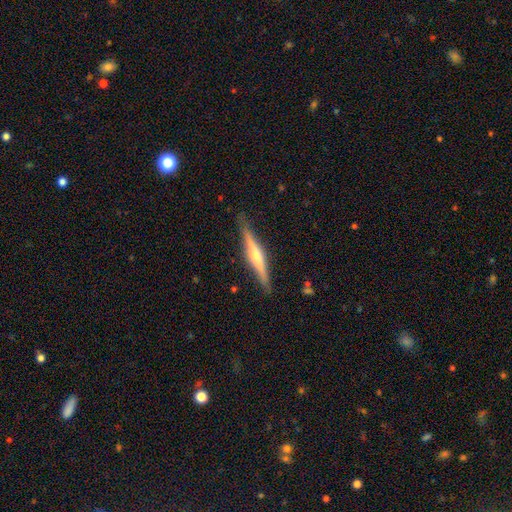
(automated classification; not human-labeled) featured or disk 67%, smooth 27%, star or artifact 6%. Down the decision tree: edge-on disk — yes (97%); edge-on bulge — rounded (80%); merging — none (87%).